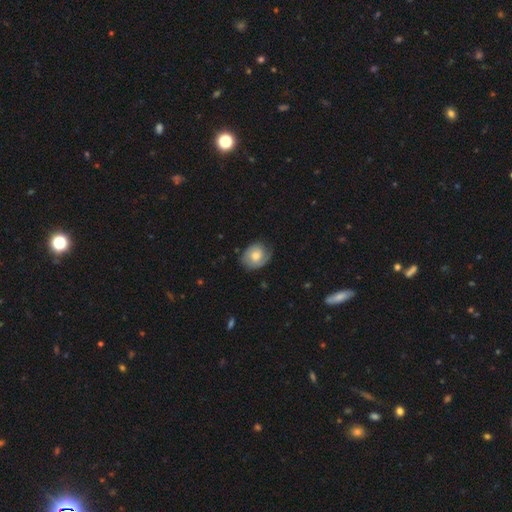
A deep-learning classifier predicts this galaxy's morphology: smooth-or-featured: featured or disk: 52% | smooth: 41% | star or artifact: 7%
  disk-edge-on: no: 96% | yes: 4%
    bar: no: 73% | weak: 24% | strong: 4%
    has-spiral-arms: yes: 84% | no: 16%
    bulge-size: moderate: 65% | small: 23% | large: 9% | none: 2% | dominant: 1%
  merging: none: 68% | minor disturbance: 23% | major disturbance: 8% | merger: 1%